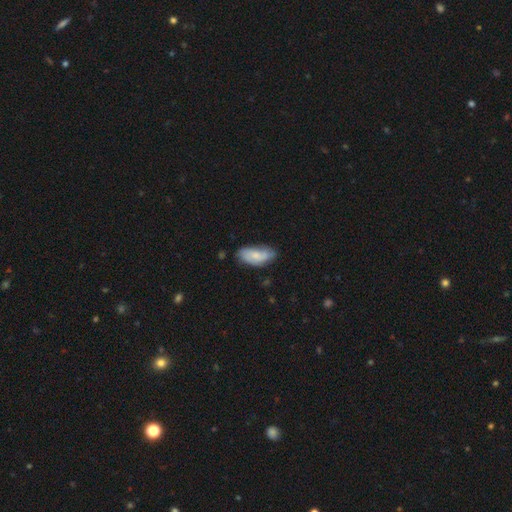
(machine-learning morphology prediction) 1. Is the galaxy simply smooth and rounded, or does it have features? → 59% smooth, 34% featured or disk, 7% star or artifact.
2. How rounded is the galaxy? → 89% in between, 9% cigar-shaped, 2% round.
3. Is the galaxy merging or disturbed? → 59% none, 30% minor disturbance, 8% major disturbance, 3% merger.